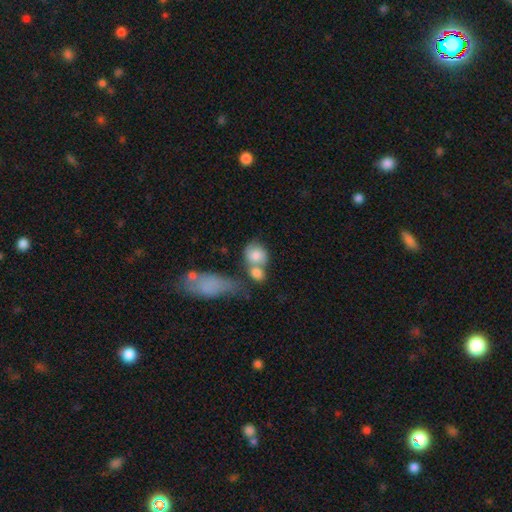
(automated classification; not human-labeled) smooth_or_featured: smooth (p=0.74) [alt: featured or disk p=0.18]
how_rounded: round (p=0.58) [alt: in between p=0.39]
merging: merger (p=0.49) [alt: none p=0.32]